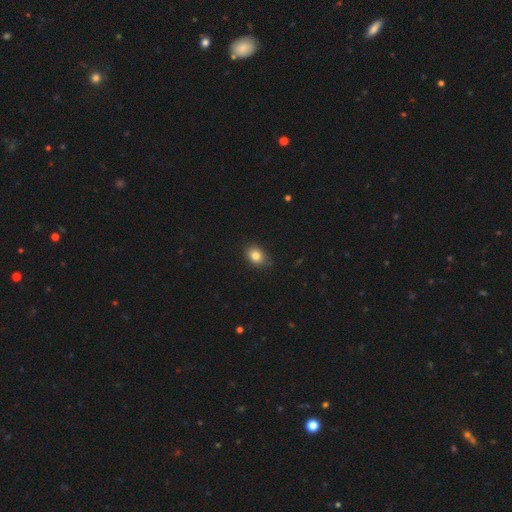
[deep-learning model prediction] smooth 83%, star or artifact 10%, featured or disk 7%. Down the decision tree: how rounded — in between (63%); merging — none (82%).